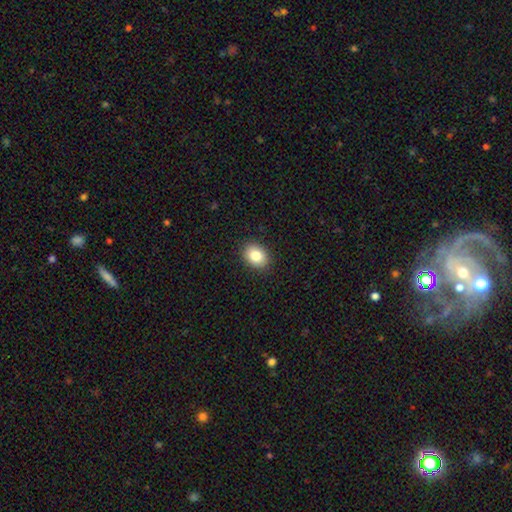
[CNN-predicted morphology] Q: Smooth or featured?
A: smooth (84%); runner-up: star or artifact (9%)
Q: How rounded?
A: in between (64%); runner-up: round (35%)
Q: Merging?
A: none (90%); runner-up: minor disturbance (7%)